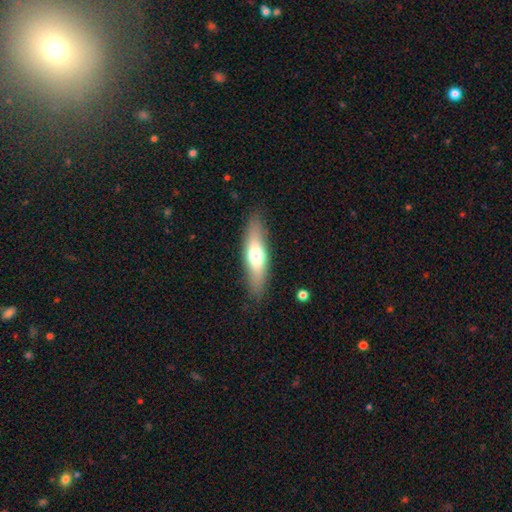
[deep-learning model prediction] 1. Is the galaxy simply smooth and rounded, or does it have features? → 56% smooth, 38% featured or disk, 6% star or artifact.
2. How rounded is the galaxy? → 62% cigar-shaped, 35% in between, 2% round.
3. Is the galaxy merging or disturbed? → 86% none, 10% minor disturbance, 3% major disturbance, 1% merger.